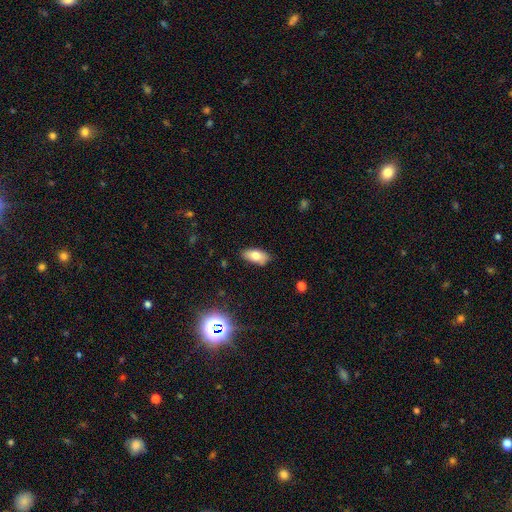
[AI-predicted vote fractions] Smooth or featured? Predicted: smooth (p=0.77). How rounded? Predicted: in between (p=0.90). Merging? Predicted: none (p=0.82).